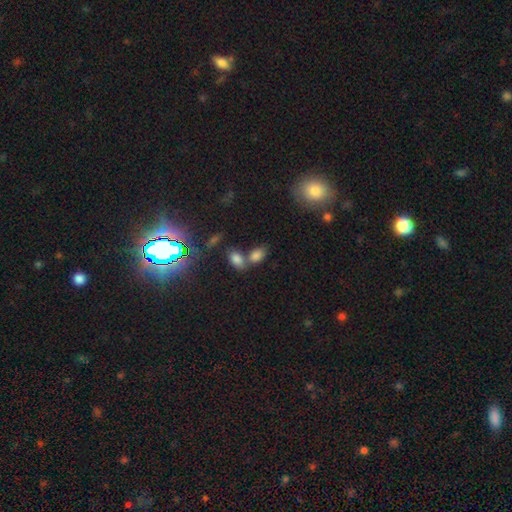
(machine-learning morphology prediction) type=smooth (78%); roundness=in between (88%); merging=none (43%).